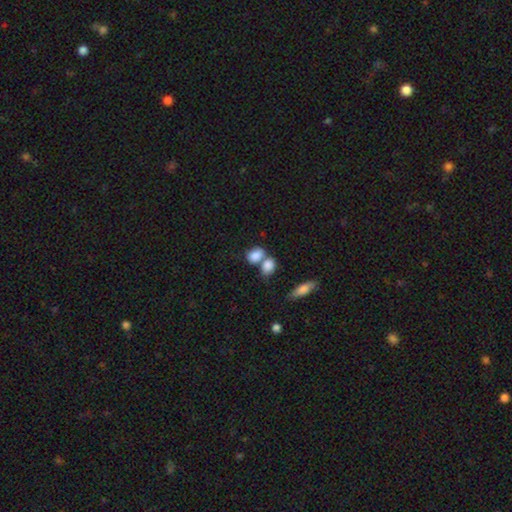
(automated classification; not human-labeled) Smooth or featured?
  - smooth: 84% *
  - featured or disk: 8%
  - star or artifact: 8%
How rounded?
  - in between: 70% *
  - round: 28%
  - cigar-shaped: 2%
Merging?
  - merger: 51% *
  - none: 35%
  - minor disturbance: 10%
  - major disturbance: 4%